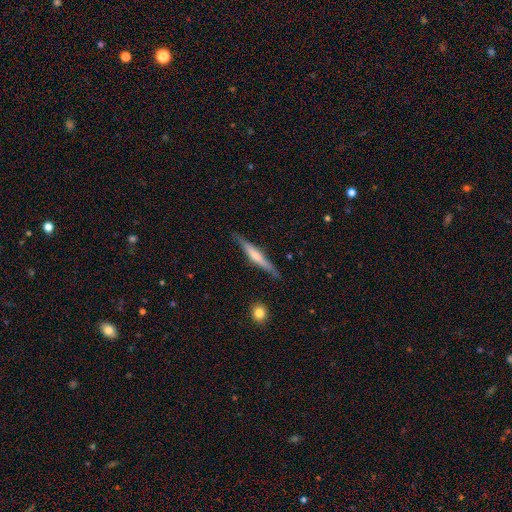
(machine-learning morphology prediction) smooth_or_featured: featured or disk (p=0.52) [alt: smooth p=0.42]
disk_edge_on: yes (p=0.96) [alt: no p=0.04]
merging: none (p=0.83) [alt: minor disturbance p=0.13]